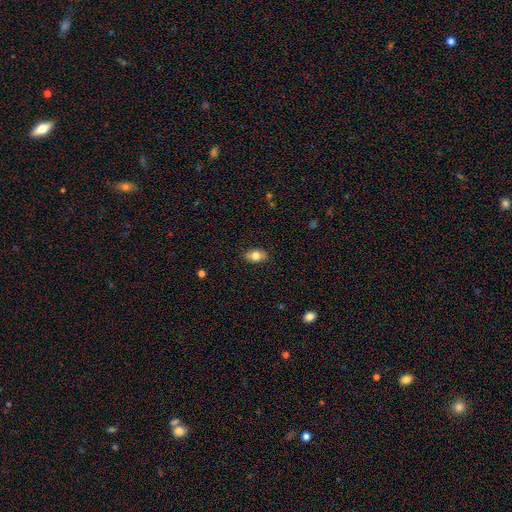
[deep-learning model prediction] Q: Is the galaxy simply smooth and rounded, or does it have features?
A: smooth — 79%.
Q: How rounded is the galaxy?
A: in between — 87%.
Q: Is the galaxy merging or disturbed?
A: none — 86%.